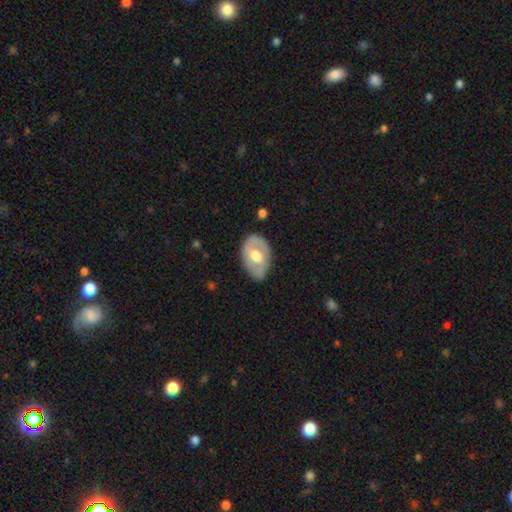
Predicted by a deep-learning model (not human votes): The model was most divided on "smooth or featured": featured or disk: 54%, smooth: 41%, star or artifact: 5%. More confident: edge-on disk — no (91%); merging — none (77%).